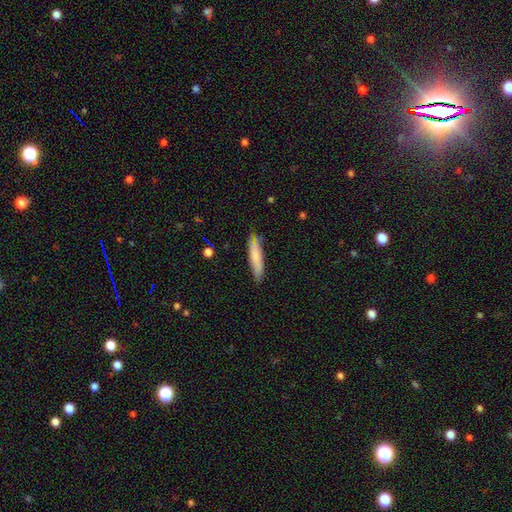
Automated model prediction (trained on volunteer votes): This is likely a smooth galaxy (71%). How rounded: clearly cigar-shaped (83%). Merging: clearly none (80%).